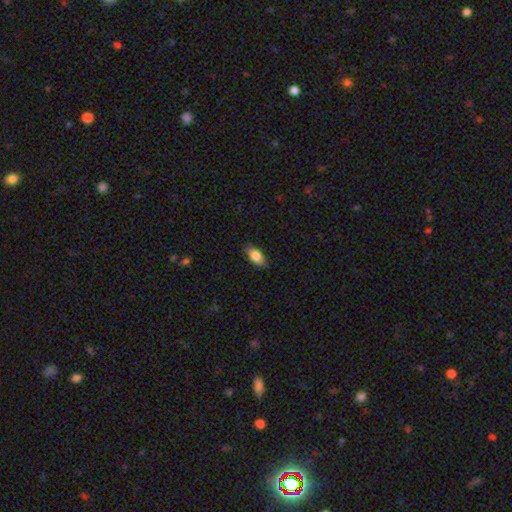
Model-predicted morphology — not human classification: Smooth or featured?
  - smooth: 82% *
  - featured or disk: 11%
  - star or artifact: 7%
How rounded?
  - in between: 89% *
  - cigar-shaped: 7%
  - round: 4%
Merging?
  - none: 85% *
  - minor disturbance: 11%
  - major disturbance: 2%
  - merger: 1%